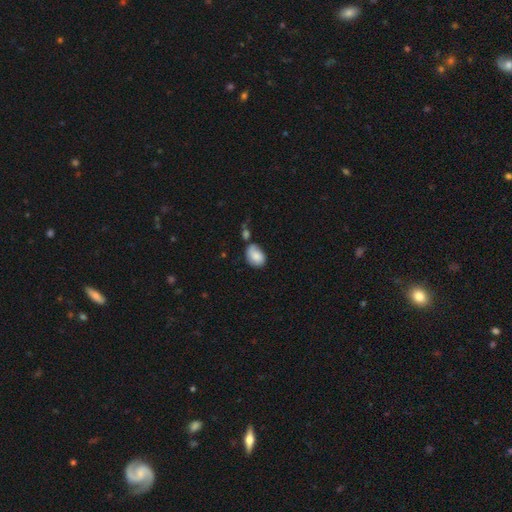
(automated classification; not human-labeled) Morphology: type=smooth (81%); roundness=in between (77%); merging=none (47%).